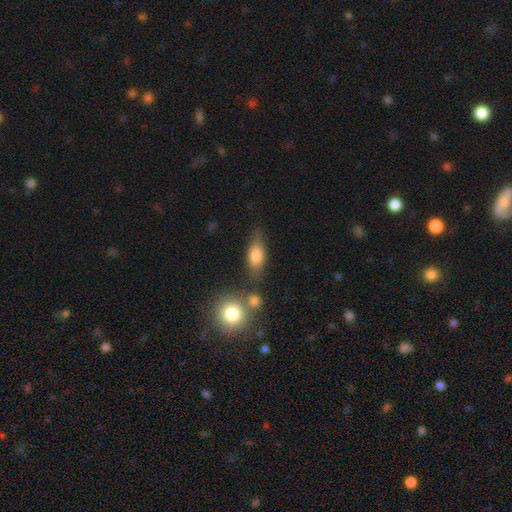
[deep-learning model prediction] smooth 75%, featured or disk 17%, star or artifact 8%. Down the decision tree: how rounded — in between (74%); merging — none (66%).